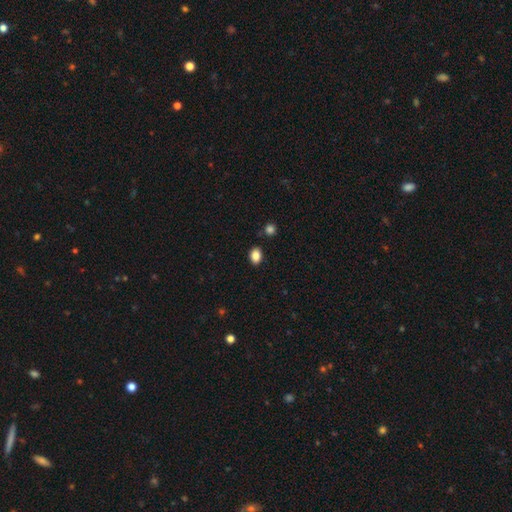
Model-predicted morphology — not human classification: A smooth galaxy with no disk features (86%) that is in between round and cigar-shaped (75%).

Vote fractions:
- Smooth or featured? smooth: 86% / star or artifact: 9% / featured or disk: 5%
- How rounded? in between: 75% / round: 24% / cigar-shaped: 1%
- Merging? none: 85% / minor disturbance: 10% / merger: 3% / major disturbance: 2%